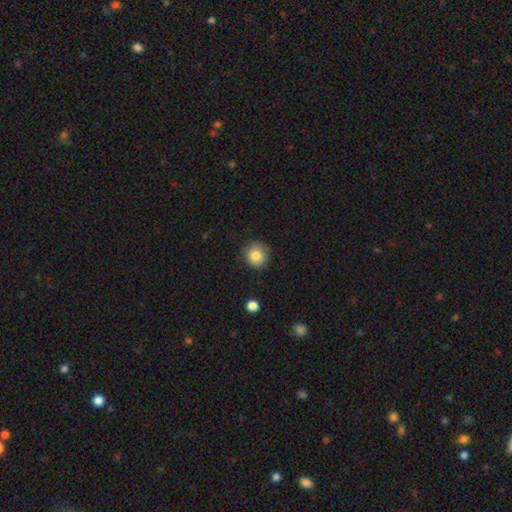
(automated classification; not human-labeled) This is clearly a smooth galaxy (83%). How rounded: clearly round (89%). Merging: clearly none (80%).